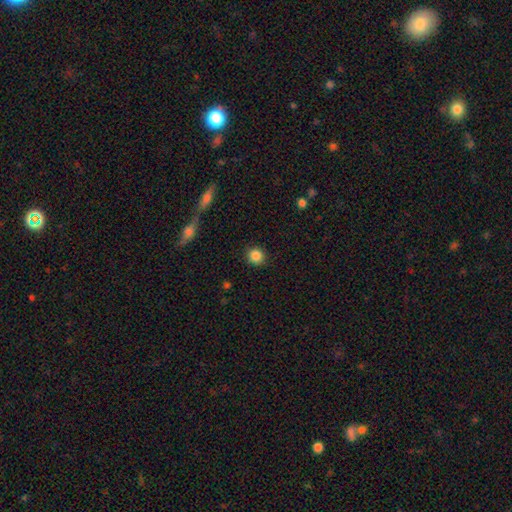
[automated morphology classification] Overall: smooth (86%). How rounded: round (91%). Merging: none (90%).